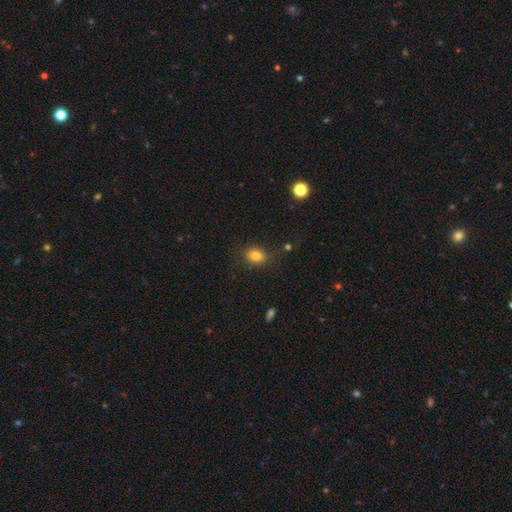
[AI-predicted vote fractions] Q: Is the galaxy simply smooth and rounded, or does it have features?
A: smooth — 81%.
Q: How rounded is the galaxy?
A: in between — 50%.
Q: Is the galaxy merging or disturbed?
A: none — 78%.